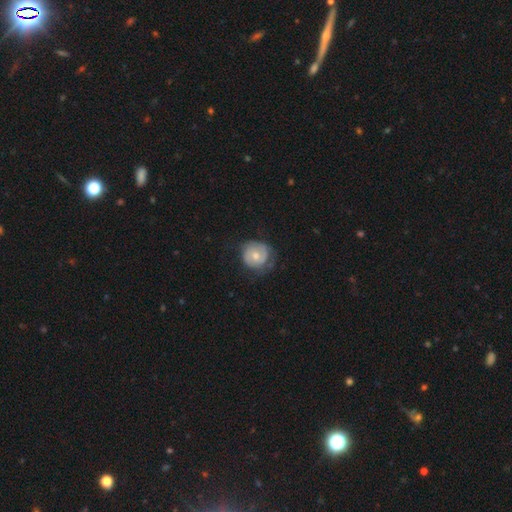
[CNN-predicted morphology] Q: Smooth or featured?
A: featured or disk (54%); runner-up: smooth (40%)
Q: Edge-on disk?
A: no (97%); runner-up: yes (3%)
Q: Bar?
A: no (69%); runner-up: weak (26%)
Q: Spiral arms?
A: yes (70%); runner-up: no (30%)
Q: Bulge size?
A: moderate (67%); runner-up: small (26%)
Q: Merging?
A: none (63%); runner-up: minor disturbance (25%)